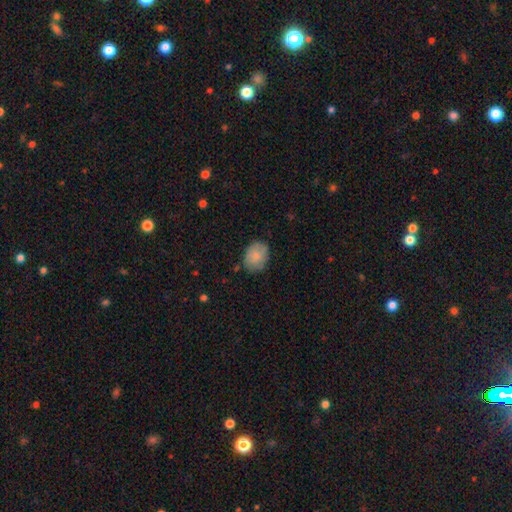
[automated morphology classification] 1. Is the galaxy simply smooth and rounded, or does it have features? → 77% smooth, 15% featured or disk, 7% star or artifact.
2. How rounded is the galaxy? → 52% in between, 47% round, 1% cigar-shaped.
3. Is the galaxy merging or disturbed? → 75% none, 20% minor disturbance, 4% major disturbance, 2% merger.